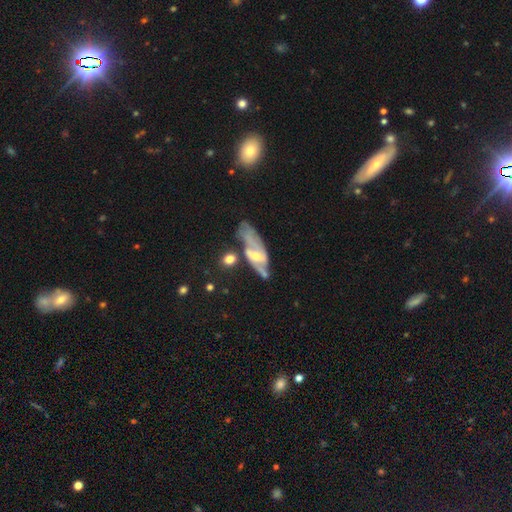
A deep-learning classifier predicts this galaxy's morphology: Smooth or featured? Predicted: featured or disk (p=0.70). Edge-on disk? Predicted: no (p=0.77). Bar? Predicted: no (p=0.46). Spiral arms? Predicted: yes (p=0.68). Bulge size? Predicted: small (p=0.48). Merging? Predicted: none (p=0.39).